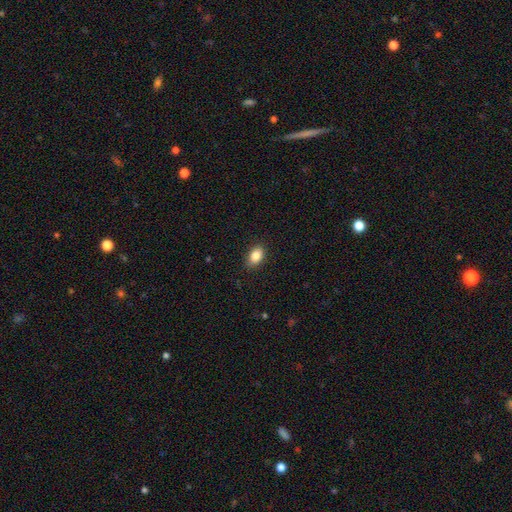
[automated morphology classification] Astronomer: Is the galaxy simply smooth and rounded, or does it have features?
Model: smooth — 85%.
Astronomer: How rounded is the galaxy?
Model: in between — 86%.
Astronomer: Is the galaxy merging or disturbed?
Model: none — 86%.